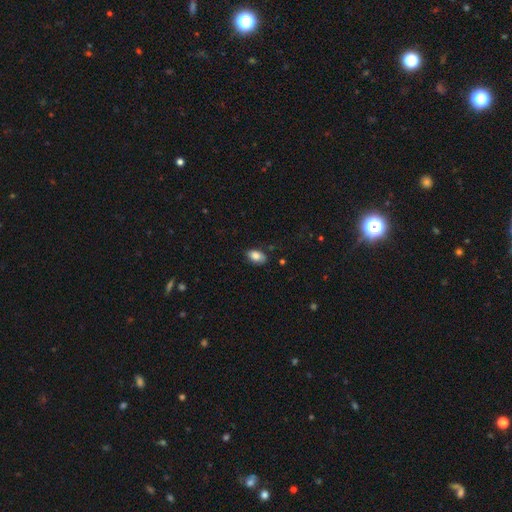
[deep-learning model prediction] Smooth or featured?
  - smooth: 83% *
  - featured or disk: 9%
  - star or artifact: 8%
How rounded?
  - in between: 90% *
  - round: 8%
  - cigar-shaped: 2%
Merging?
  - none: 79% *
  - minor disturbance: 16%
  - major disturbance: 3%
  - merger: 1%